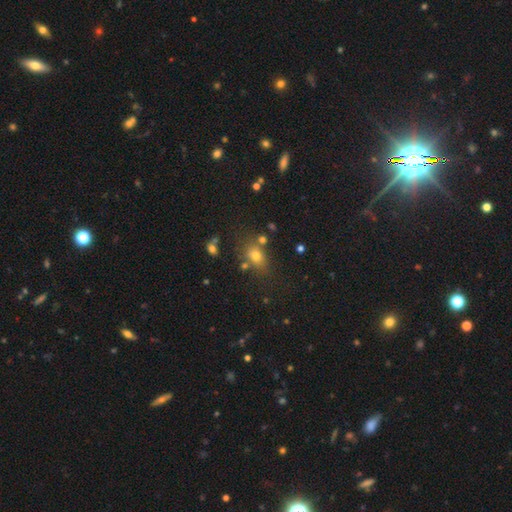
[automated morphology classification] smooth-or-featured: smooth: 70% | star or artifact: 18% | featured or disk: 12%
  how-rounded: in between: 57% | round: 41% | cigar-shaped: 2%
  merging: none: 67% | minor disturbance: 15% | merger: 12% | major disturbance: 6%